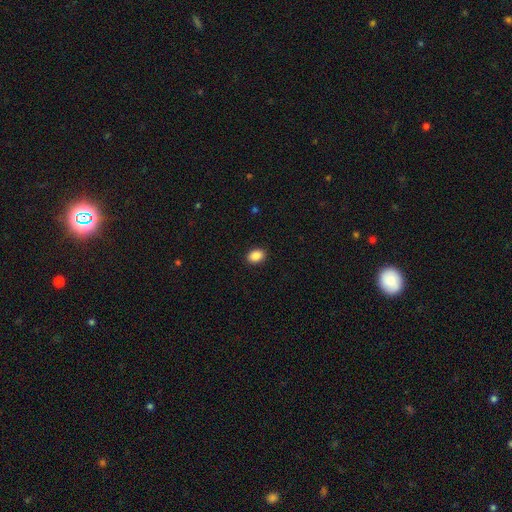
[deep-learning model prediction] Smooth or featured?
  - smooth: 89% *
  - star or artifact: 8%
  - featured or disk: 3%
How rounded?
  - in between: 71% *
  - round: 28%
  - cigar-shaped: 1%
Merging?
  - none: 91% *
  - minor disturbance: 6%
  - major disturbance: 2%
  - merger: 1%